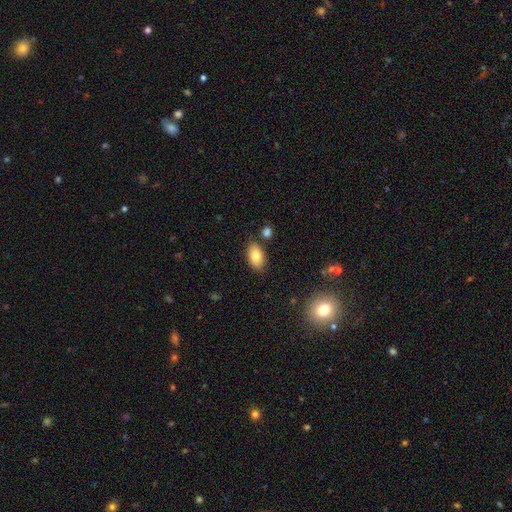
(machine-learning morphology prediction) Overall: smooth (81%). How rounded: in between (92%). Merging: none (82%).